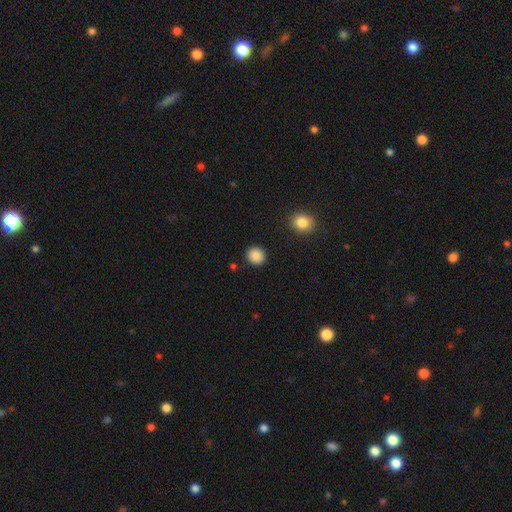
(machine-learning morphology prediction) This appears to be a smooth galaxy with no disk features (88%) that is round (88%). Merging: none (90%).